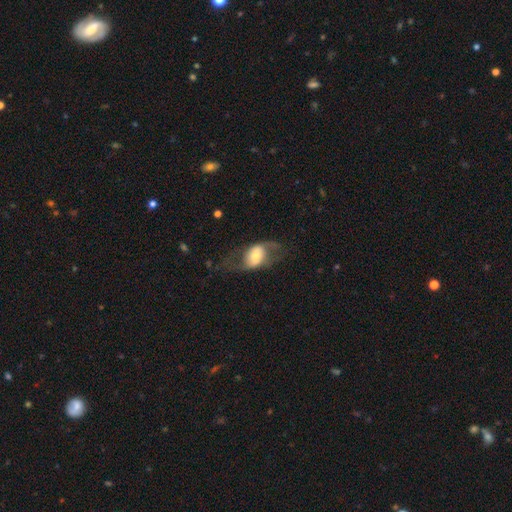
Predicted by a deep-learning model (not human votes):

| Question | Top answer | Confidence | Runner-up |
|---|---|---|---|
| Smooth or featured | featured or disk | 55% | smooth (38%) |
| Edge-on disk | no | 91% | yes (9%) |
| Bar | no | 54% | weak (29%) |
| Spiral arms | yes | 66% | no (34%) |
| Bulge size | moderate | 46% | small (30%) |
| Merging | none | 54% | major disturbance (25%) |